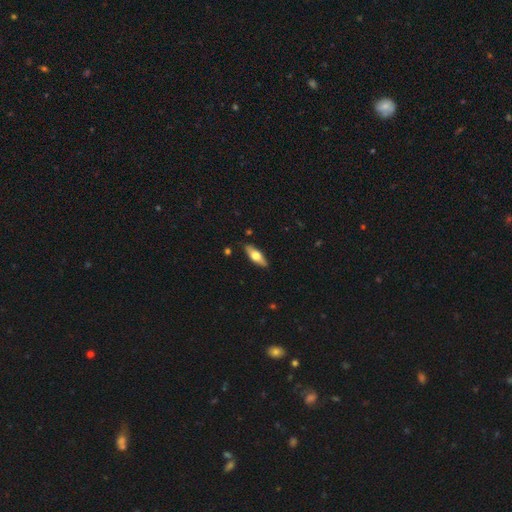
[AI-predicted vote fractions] Morphology: type=smooth (54%); roundness=in between (62%); merging=none (86%).